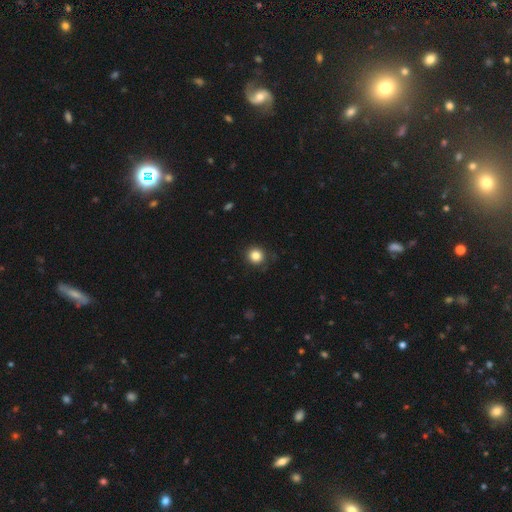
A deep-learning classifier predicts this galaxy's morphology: This is clearly a smooth galaxy (84%). How rounded: clearly round (91%). Merging: clearly none (87%).